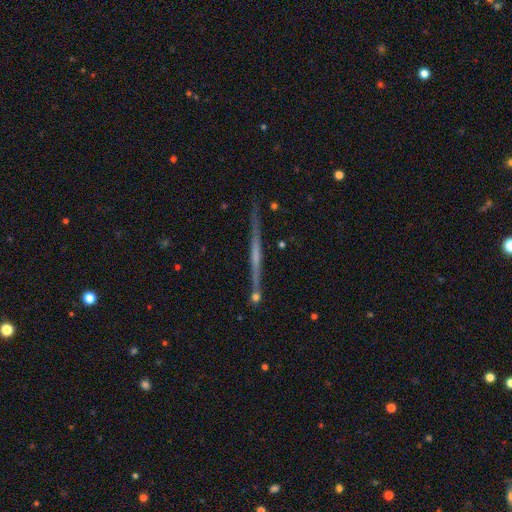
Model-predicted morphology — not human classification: Overall: featured or disk (72%). Edge-on disk: yes (98%). Edge-on bulge: none (65%). Merging: none (85%).